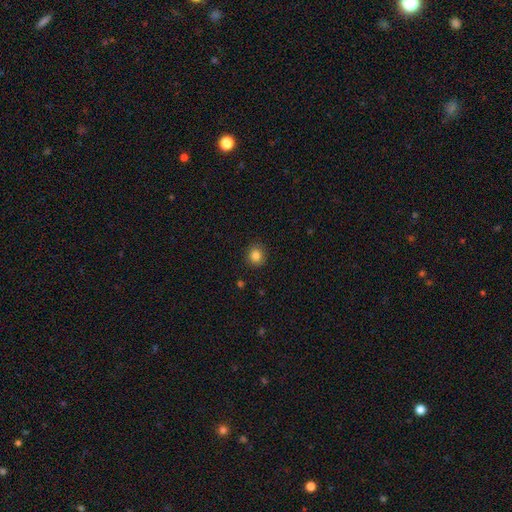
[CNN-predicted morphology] A smooth galaxy with no disk features (84%) that is round (84%).

Vote fractions:
- Smooth or featured? smooth: 84% / star or artifact: 10% / featured or disk: 5%
- How rounded? round: 84% / in between: 15% / cigar-shaped: 1%
- Merging? none: 88% / minor disturbance: 9% / major disturbance: 2% / merger: 1%